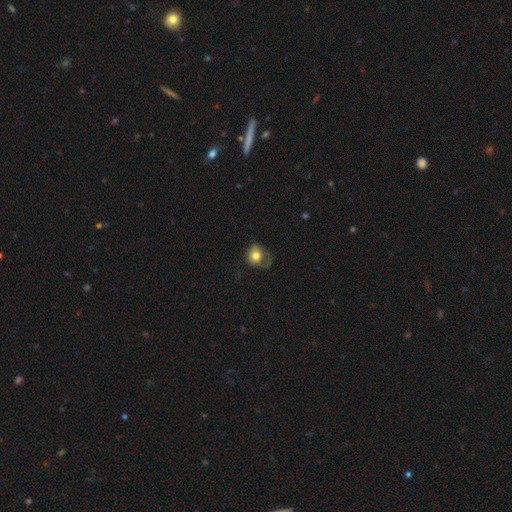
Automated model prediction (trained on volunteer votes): A smooth galaxy with no disk features (76%) that is round (71%).

Vote fractions:
- Smooth or featured? smooth: 76% / featured or disk: 15% / star or artifact: 9%
- How rounded? round: 71% / in between: 28% / cigar-shaped: 1%
- Merging? none: 43% / minor disturbance: 31% / major disturbance: 24% / merger: 2%